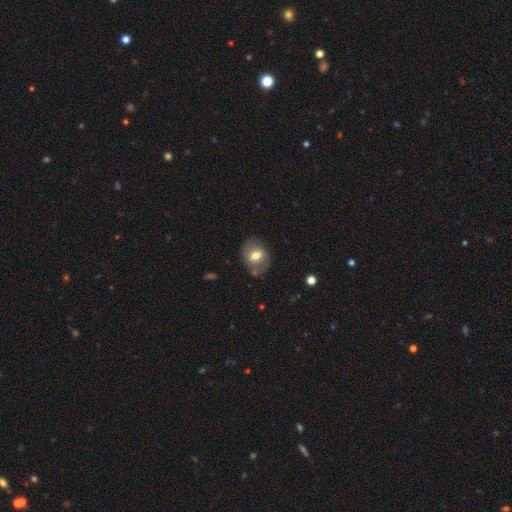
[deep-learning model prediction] Overall: smooth (64%; featured or disk 28%). How rounded: in between (52%; round 47%). Merging: none (74%).